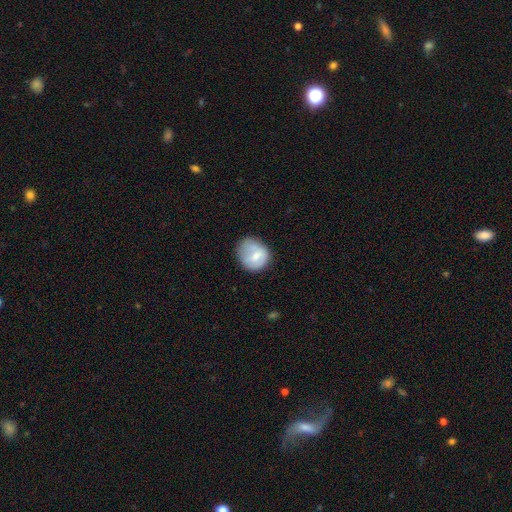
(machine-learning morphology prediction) A smooth galaxy with no disk features (68%) that is round (70%). Merging: none (51%).